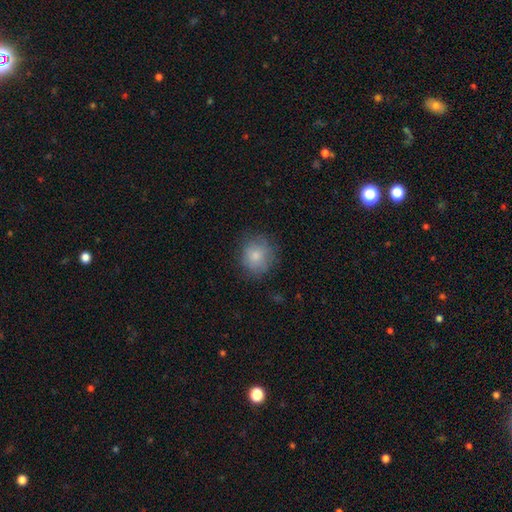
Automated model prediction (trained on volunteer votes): smooth_or_featured: smooth (p=0.82) [alt: featured or disk p=0.10]
how_rounded: round (p=0.83) [alt: in between p=0.16]
merging: none (p=0.78) [alt: minor disturbance p=0.16]